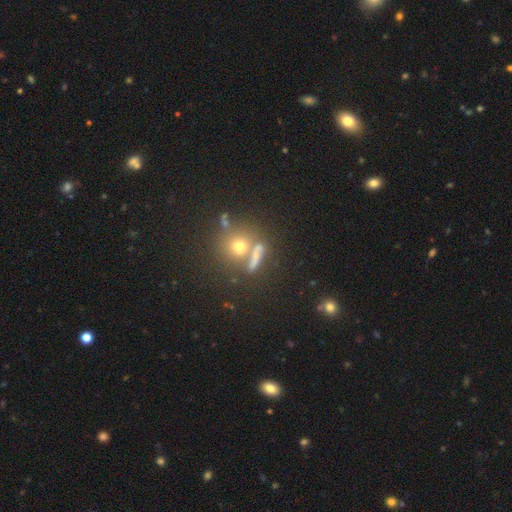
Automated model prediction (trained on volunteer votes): This is possibly a smooth galaxy (55%). How rounded: possibly round (57%). Merging: possibly none (60%).